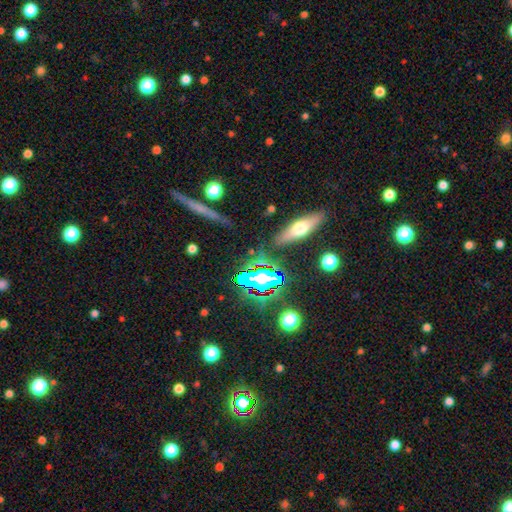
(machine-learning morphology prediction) Smooth or featured?
  - star or artifact: 44% *
  - featured or disk: 30%
  - smooth: 27%